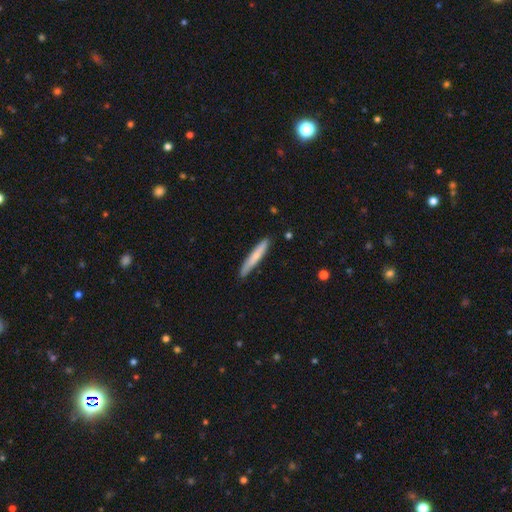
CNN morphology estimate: A smooth galaxy with no disk features (69%) that is cigar-shaped (95%).

Vote fractions:
- Smooth or featured? smooth: 69% / featured or disk: 26% / star or artifact: 5%
- How rounded? cigar-shaped: 95% / in between: 4% / round: 1%
- Merging? none: 87% / minor disturbance: 10% / major disturbance: 2% / merger: 1%